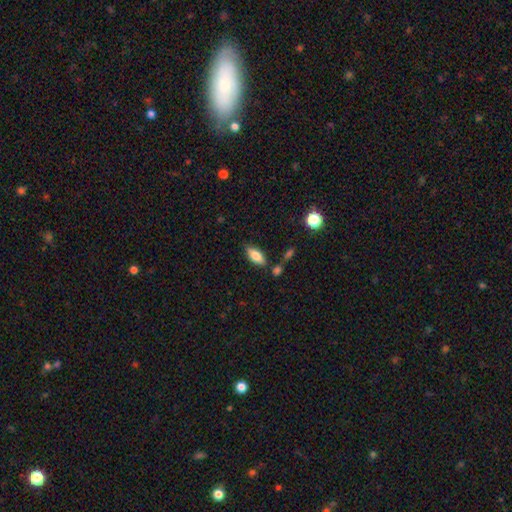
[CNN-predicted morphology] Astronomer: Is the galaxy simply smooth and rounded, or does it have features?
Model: smooth — 80%.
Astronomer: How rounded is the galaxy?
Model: in between — 81%.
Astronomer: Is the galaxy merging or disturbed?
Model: none — 76%.